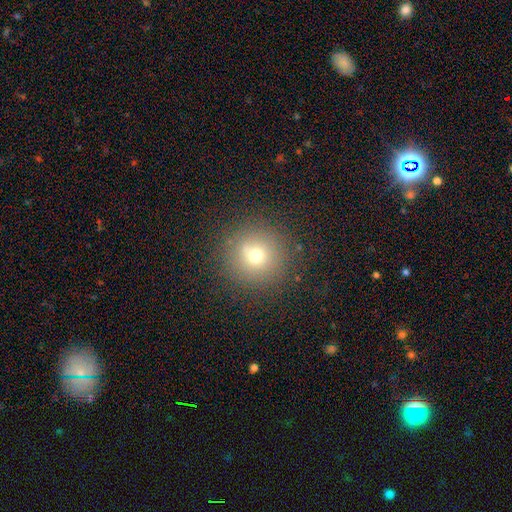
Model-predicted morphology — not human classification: Smooth or featured? Predicted: smooth (p=0.68). How rounded? Predicted: round (p=0.95). Merging? Predicted: none (p=0.85).